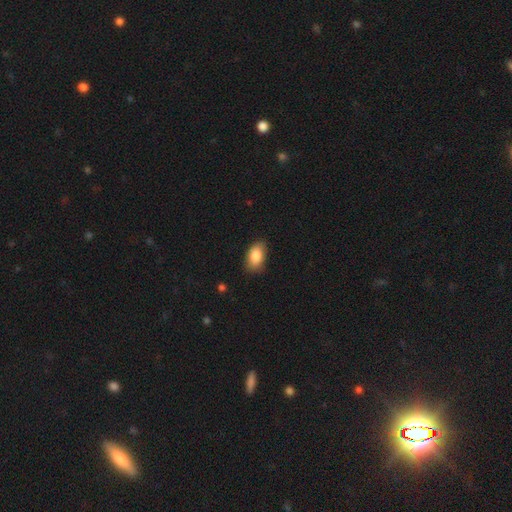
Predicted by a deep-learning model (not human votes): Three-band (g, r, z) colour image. It shows a smooth galaxy with no disk features (86%) that is in between round and cigar-shaped (91%). Merging: none (80%).